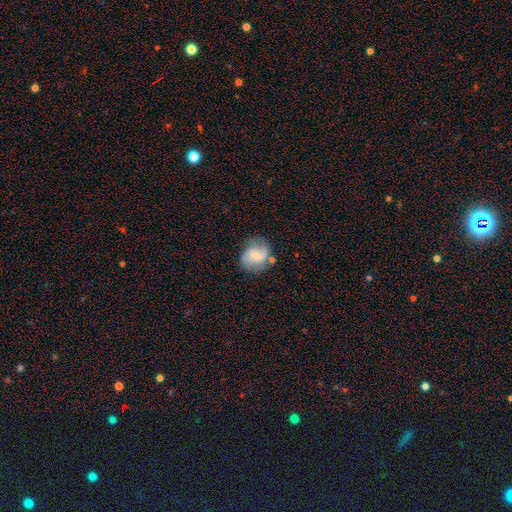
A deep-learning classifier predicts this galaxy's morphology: Smooth or featured: featured or disk — 60% (smooth — 32%)
Edge-on disk: no — 97% (yes — 3%)
Bar: weak — 51% (no — 36%)
Spiral arms: yes — 88% (no — 12%)
Spiral winding: loose — 44% (medium — 40%)
Spiral arm count: 2 — 71% (can't tell — 12%)
Bulge size: small — 57% (moderate — 32%)
Merging: none — 63% (minor disturbance — 22%)